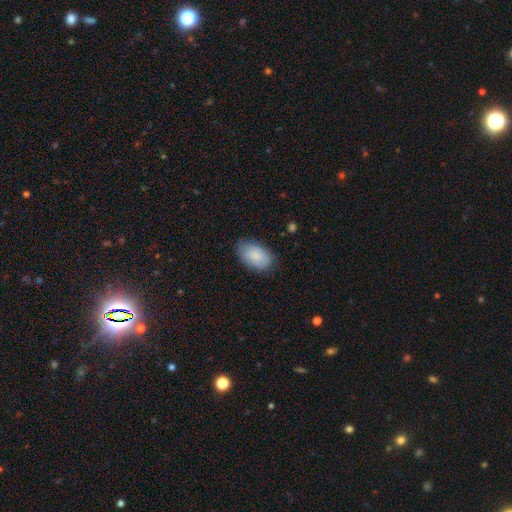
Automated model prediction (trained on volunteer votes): Smooth or featured? smooth (84%)
How rounded? in between (93%)
Merging? none (76%)